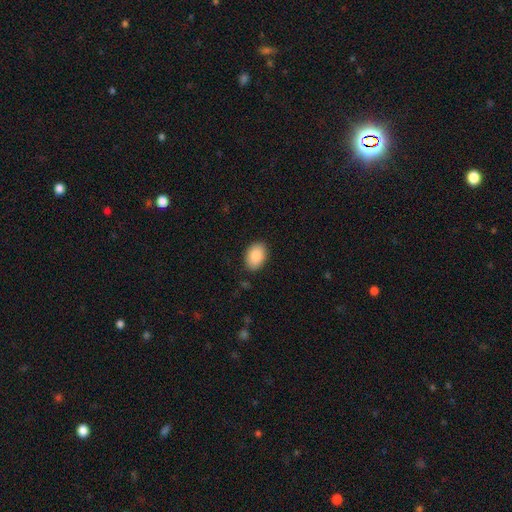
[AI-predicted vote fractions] smooth_or_featured: smooth (p=0.89) [alt: star or artifact p=0.06]
how_rounded: in between (p=0.86) [alt: round p=0.13]
merging: none (p=0.86) [alt: minor disturbance p=0.10]